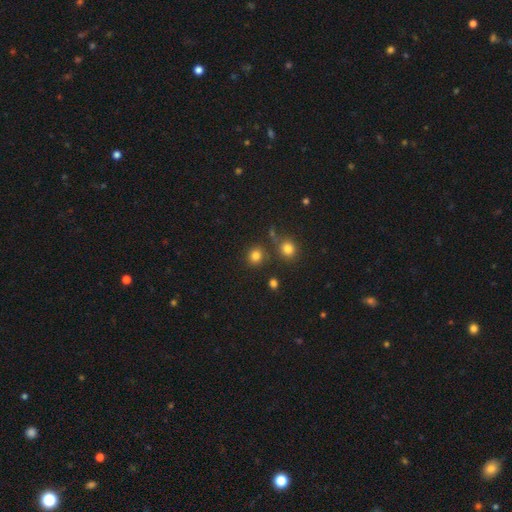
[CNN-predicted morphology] type=smooth (82%); roundness=round (83%); merging=none (79%).